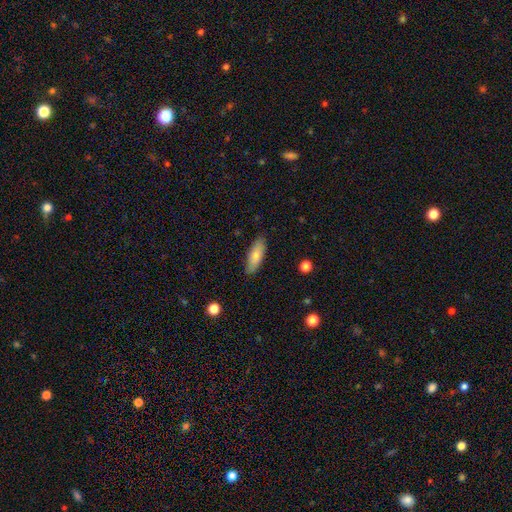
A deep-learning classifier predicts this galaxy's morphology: This appears to be a smooth galaxy with no disk features (77%) that is in between round and cigar-shaped (65%). Merging: none (87%).